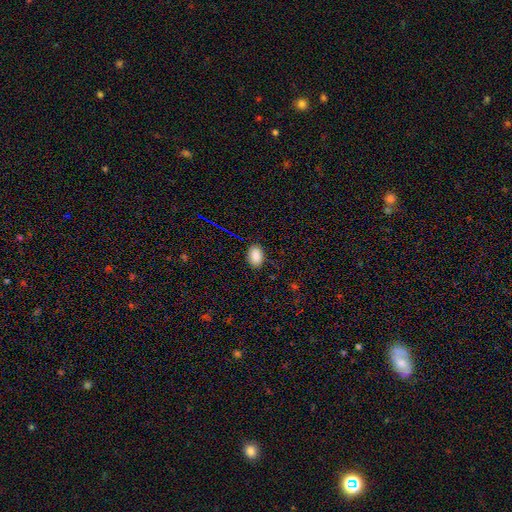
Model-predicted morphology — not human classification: Smooth or featured? Predicted: smooth (p=0.85). How rounded? Predicted: in between (p=0.86). Merging? Predicted: none (p=0.85).